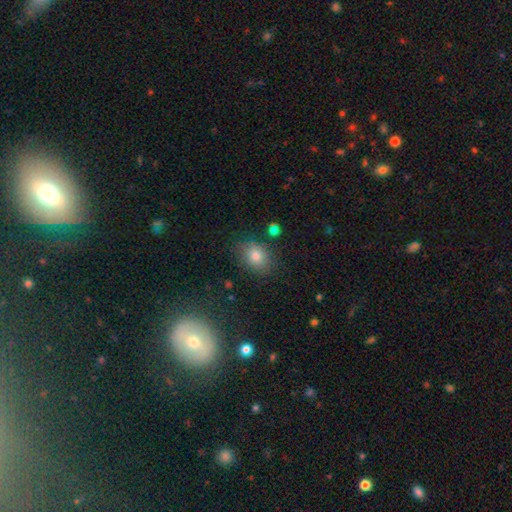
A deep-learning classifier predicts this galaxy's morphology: A smooth galaxy with no disk features (80%) that is in between round and cigar-shaped (67%). Merging: none (79%).